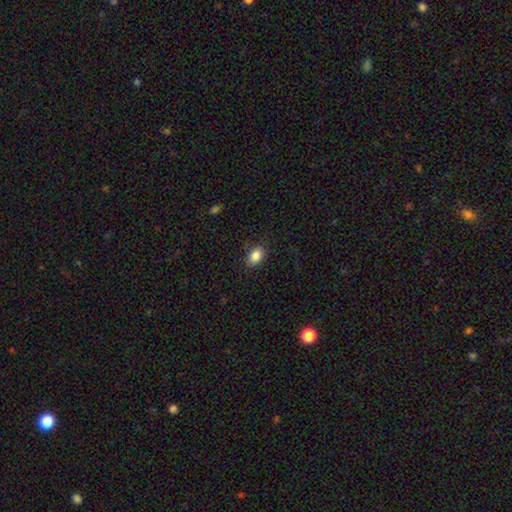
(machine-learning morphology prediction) smooth-or-featured: smooth: 85% | star or artifact: 8% | featured or disk: 6%
  how-rounded: in between: 83% | round: 15% | cigar-shaped: 1%
  merging: none: 84% | minor disturbance: 12% | major disturbance: 3% | merger: 1%